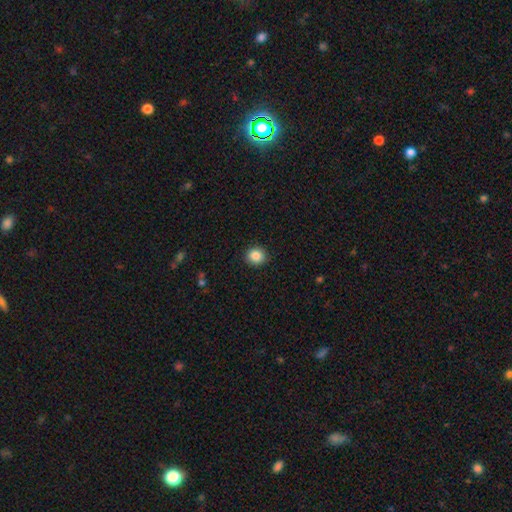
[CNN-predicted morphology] Smooth or featured?
  - smooth: 86% *
  - star or artifact: 10%
  - featured or disk: 4%
How rounded?
  - round: 85% *
  - in between: 14%
  - cigar-shaped: 1%
Merging?
  - none: 90% *
  - minor disturbance: 7%
  - major disturbance: 2%
  - merger: 1%